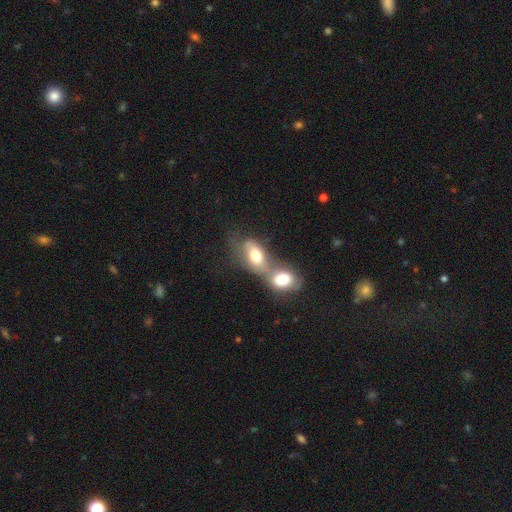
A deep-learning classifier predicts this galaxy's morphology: smooth 70%, featured or disk 22%, star or artifact 8%. Down the decision tree: how rounded — in between (81%); merging — merger (74%).